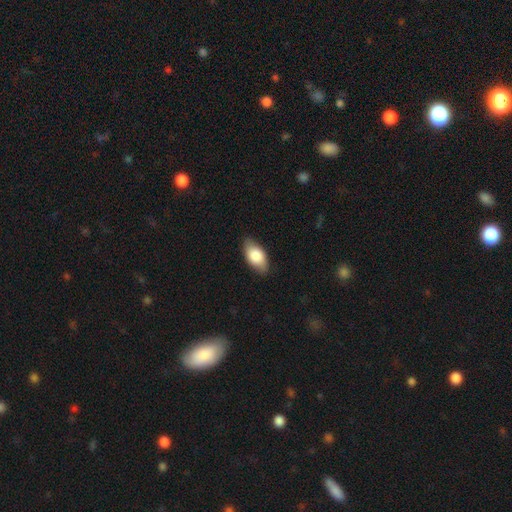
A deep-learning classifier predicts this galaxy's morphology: A smooth galaxy with no disk features (81%) that is in between round and cigar-shaped (93%). Merging: none (83%).